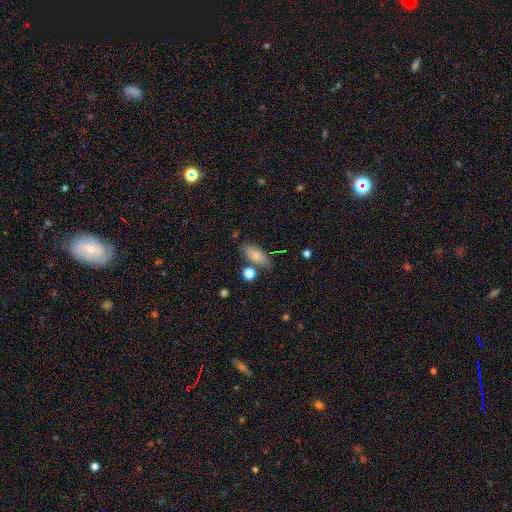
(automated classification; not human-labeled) This is likely a smooth galaxy (73%). How rounded: clearly in between (84%). Merging: likely none (69%).